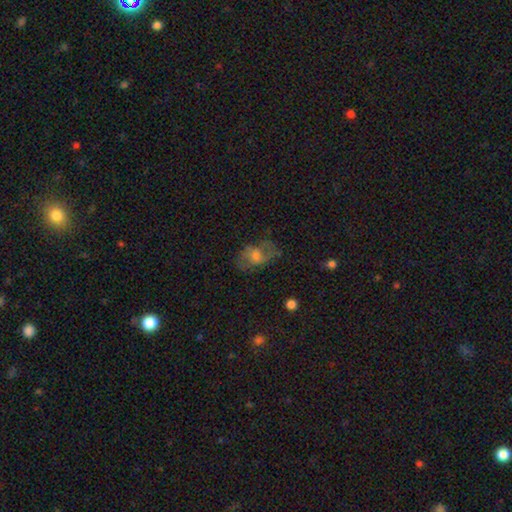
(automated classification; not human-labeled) smooth_or_featured: smooth (p=0.44) [alt: featured or disk p=0.43]
merging: none (p=0.57) [alt: minor disturbance p=0.22]